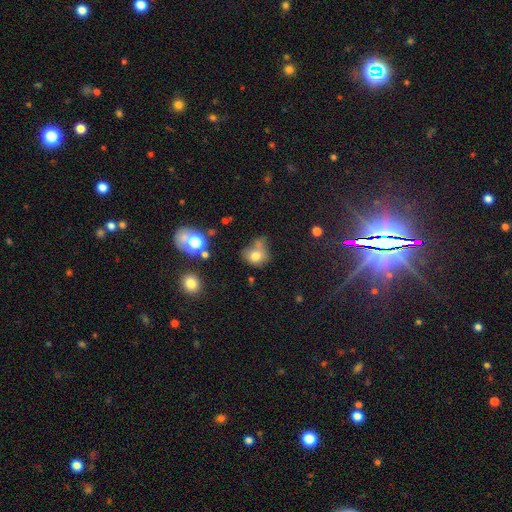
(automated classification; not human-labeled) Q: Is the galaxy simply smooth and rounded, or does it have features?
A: smooth — 73%.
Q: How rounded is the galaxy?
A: round — 64%.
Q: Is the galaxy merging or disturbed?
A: none — 43%.